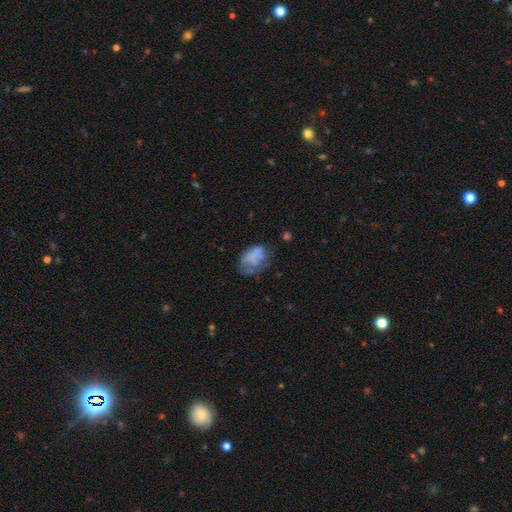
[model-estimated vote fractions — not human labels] Smooth or featured? Predicted: smooth (p=0.61). How rounded? Predicted: in between (p=0.81). Merging? Predicted: none (p=0.39).